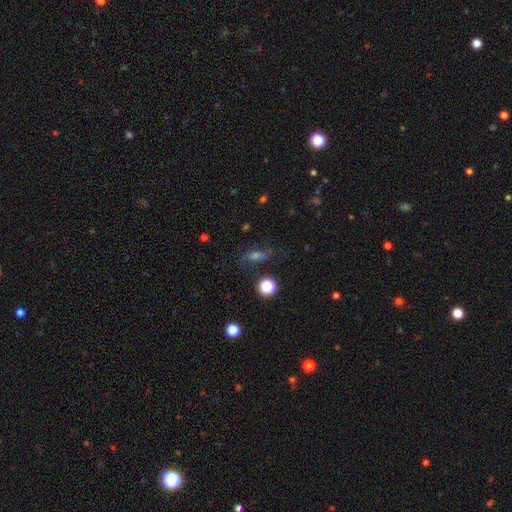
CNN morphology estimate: This appears to be a featured or disk galaxy (45%). Merging: none (72%).